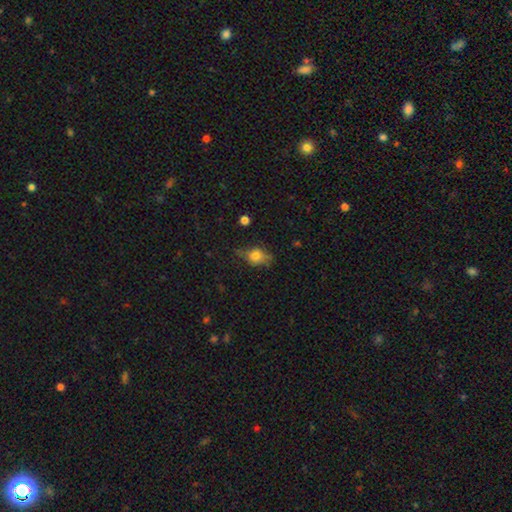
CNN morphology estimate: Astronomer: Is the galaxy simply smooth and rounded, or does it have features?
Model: smooth — 66%.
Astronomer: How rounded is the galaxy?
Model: in between — 58% (runner-up: round, 38%).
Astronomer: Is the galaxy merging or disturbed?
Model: none — 57%.